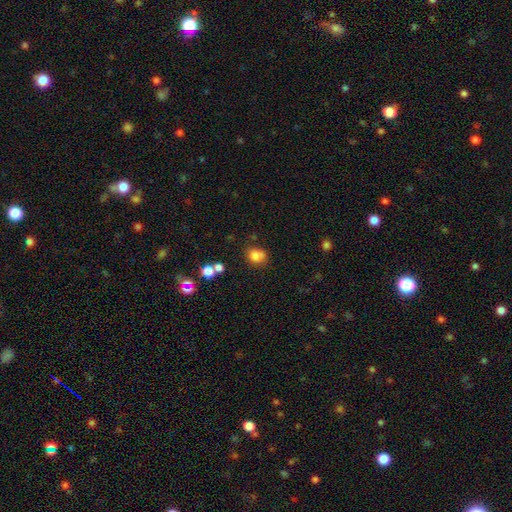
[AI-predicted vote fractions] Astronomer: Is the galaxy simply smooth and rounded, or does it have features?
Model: smooth — 81%.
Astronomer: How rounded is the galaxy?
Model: round — 59% (runner-up: in between, 40%).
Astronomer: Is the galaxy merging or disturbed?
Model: none — 67%.